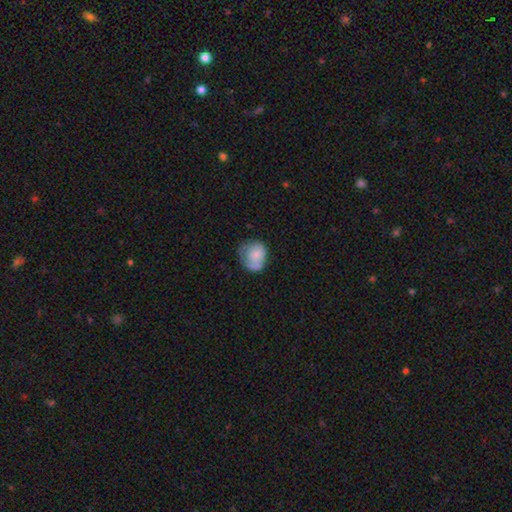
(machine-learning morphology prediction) smooth_or_featured: smooth (p=0.68) [alt: featured or disk p=0.24]
how_rounded: round (p=0.69) [alt: in between p=0.30]
merging: none (p=0.45) [alt: minor disturbance p=0.33]